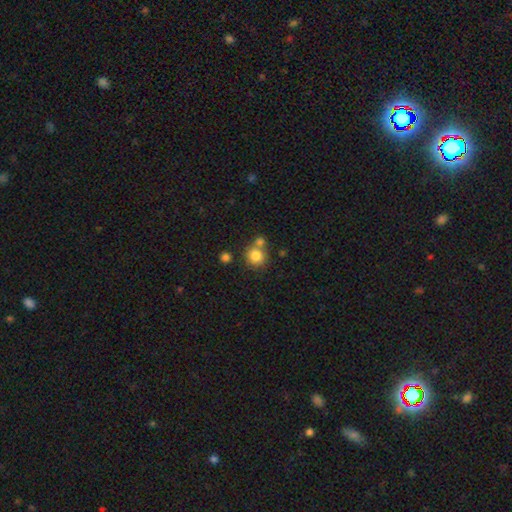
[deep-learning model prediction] smooth-or-featured: smooth: 82% | star or artifact: 11% | featured or disk: 8%
  how-rounded: round: 90% | in between: 9% | cigar-shaped: 1%
  merging: none: 60% | merger: 27% | minor disturbance: 9% | major disturbance: 3%